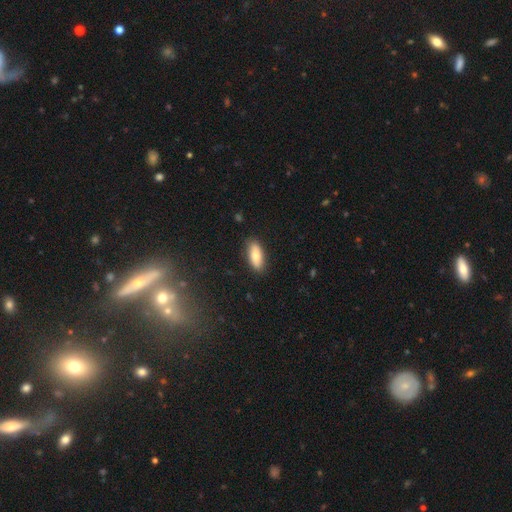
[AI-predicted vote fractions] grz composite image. It shows a smooth galaxy with no disk features (78%) that is in between round and cigar-shaped (83%). Merging: none (86%).